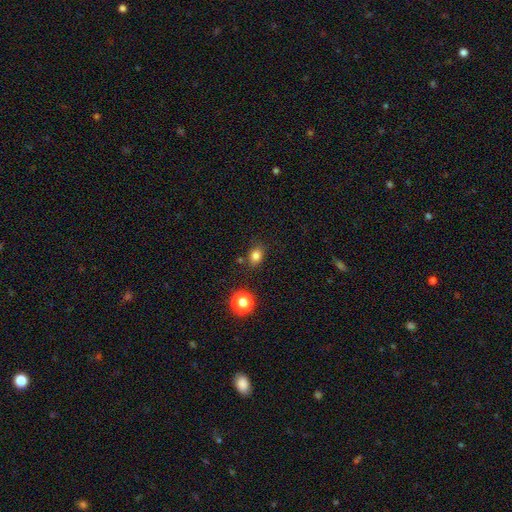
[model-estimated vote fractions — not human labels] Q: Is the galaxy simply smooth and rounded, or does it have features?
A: smooth — 81%.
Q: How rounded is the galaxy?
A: in between — 57%.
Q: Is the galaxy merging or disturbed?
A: none — 78%.